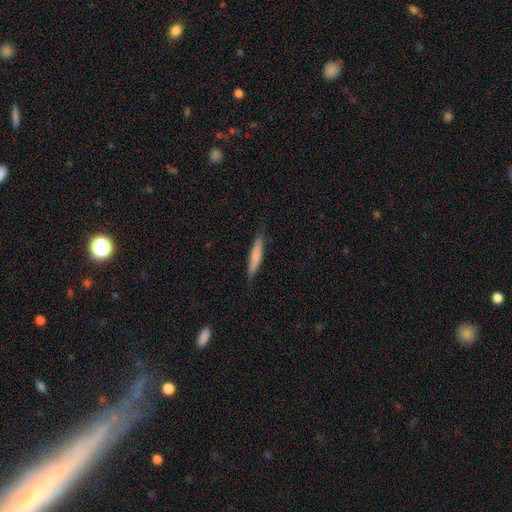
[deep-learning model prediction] smooth-or-featured: smooth: 72% | featured or disk: 23% | star or artifact: 5%
  how-rounded: cigar-shaped: 92% | in between: 7% | round: 1%
  merging: none: 82% | minor disturbance: 14% | major disturbance: 2% | merger: 1%